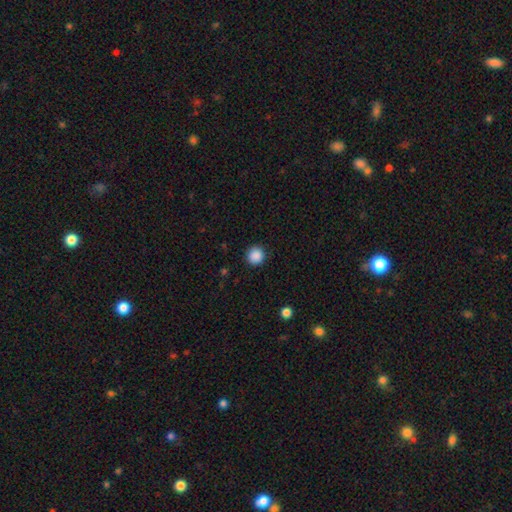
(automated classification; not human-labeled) Overall: smooth (88%). How rounded: round (94%). Merging: none (91%).